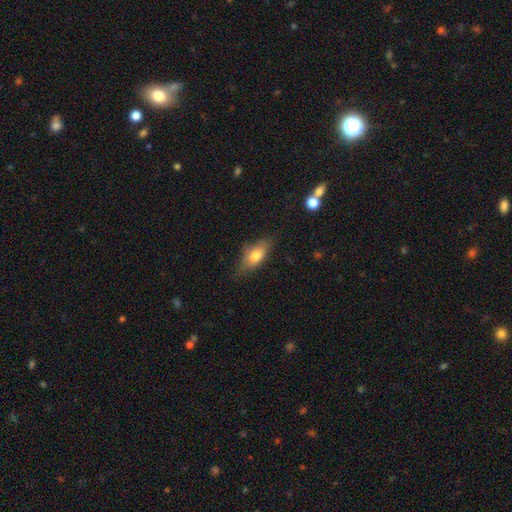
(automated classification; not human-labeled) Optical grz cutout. It shows a smooth galaxy with no disk features (73%) that is in between round and cigar-shaped (83%). Merging: none (56%).